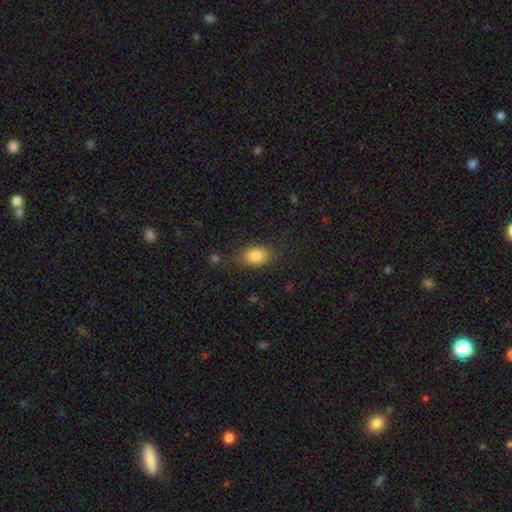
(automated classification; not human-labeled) Smooth or featured? Predicted: smooth (p=0.83). How rounded? Predicted: in between (p=0.83). Merging? Predicted: none (p=0.78).